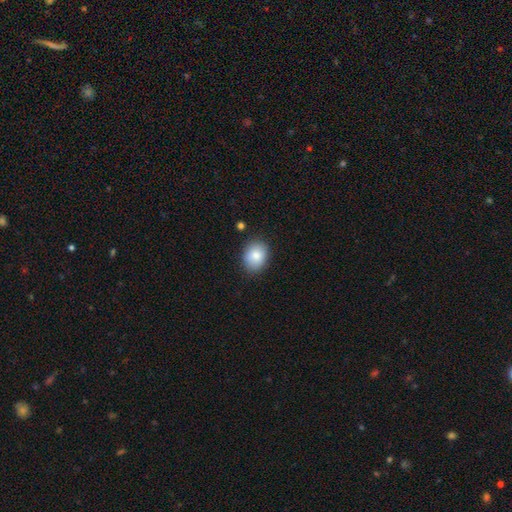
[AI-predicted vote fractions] smooth-or-featured: smooth: 85% | star or artifact: 8% | featured or disk: 7%
  how-rounded: in between: 55% | round: 44% | cigar-shaped: 1%
  merging: none: 85% | minor disturbance: 11% | major disturbance: 2% | merger: 2%